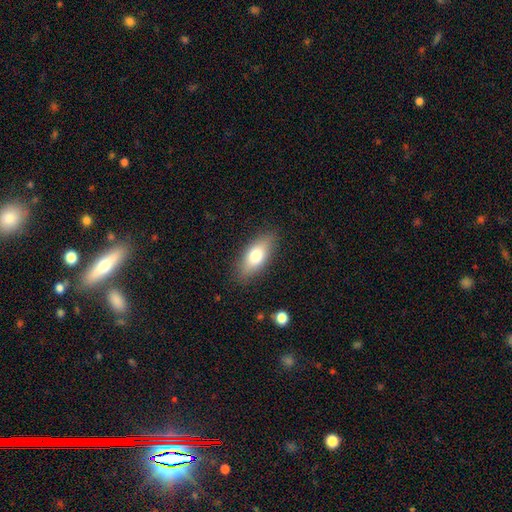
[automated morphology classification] smooth 73%, featured or disk 20%, star or artifact 7%. Down the decision tree: how rounded — in between (77%); merging — none (85%).